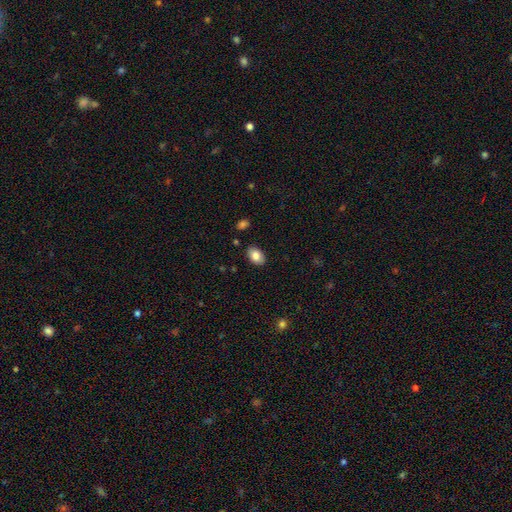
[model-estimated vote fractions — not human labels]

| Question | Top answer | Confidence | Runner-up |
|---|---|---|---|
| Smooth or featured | smooth | 83% | featured or disk (10%) |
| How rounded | in between | 88% | round (10%) |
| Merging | none | 87% | minor disturbance (9%) |